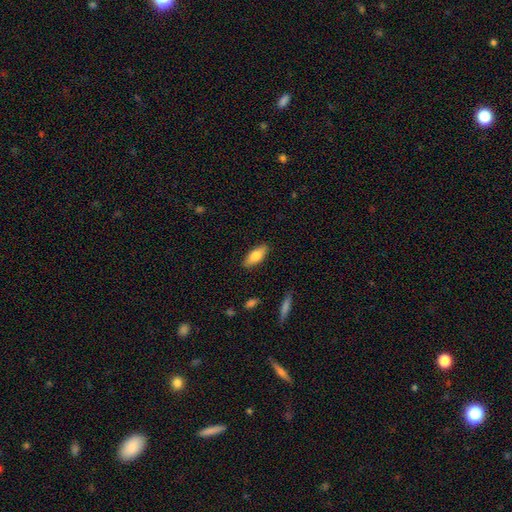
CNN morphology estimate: A smooth galaxy with no disk features (76%) that is in between round and cigar-shaped (75%). Merging: none (86%).